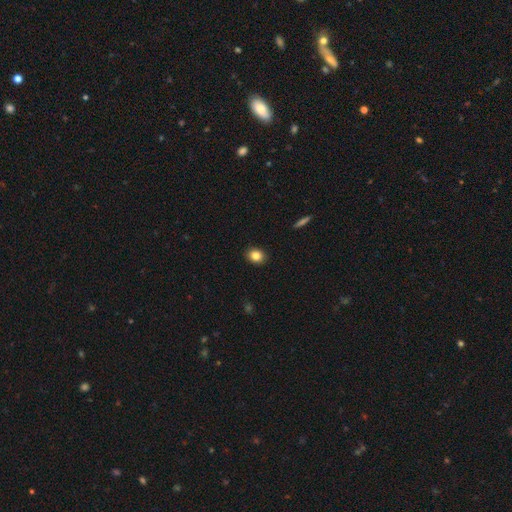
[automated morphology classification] Overall: smooth (83%). How rounded: round (57%; in between 42%). Merging: none (91%).